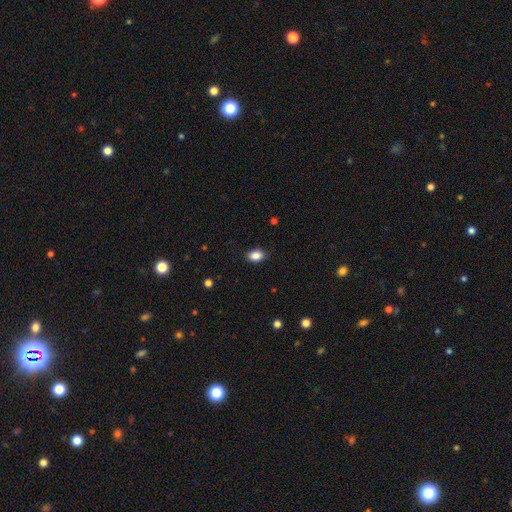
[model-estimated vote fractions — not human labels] smooth_or_featured: smooth (p=0.88) [alt: star or artifact p=0.09]
how_rounded: in between (p=0.77) [alt: round p=0.22]
merging: none (p=0.87) [alt: minor disturbance p=0.10]